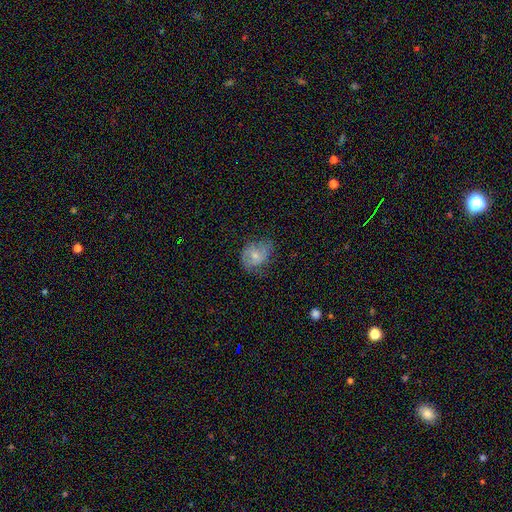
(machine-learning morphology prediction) smooth 55%, featured or disk 36%, star or artifact 9%. Down the decision tree: how rounded — in between (58%); merging — none (54%).